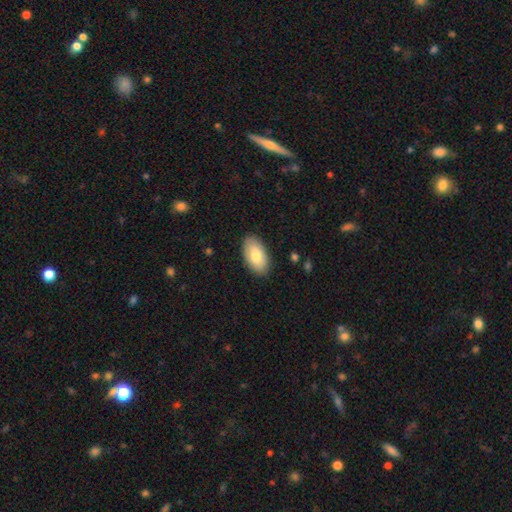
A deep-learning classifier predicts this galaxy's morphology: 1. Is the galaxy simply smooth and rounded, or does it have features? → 78% smooth, 16% featured or disk, 6% star or artifact.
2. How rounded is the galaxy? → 95% in between, 3% round, 2% cigar-shaped.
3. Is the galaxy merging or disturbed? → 87% none, 10% minor disturbance, 2% major disturbance, 1% merger.